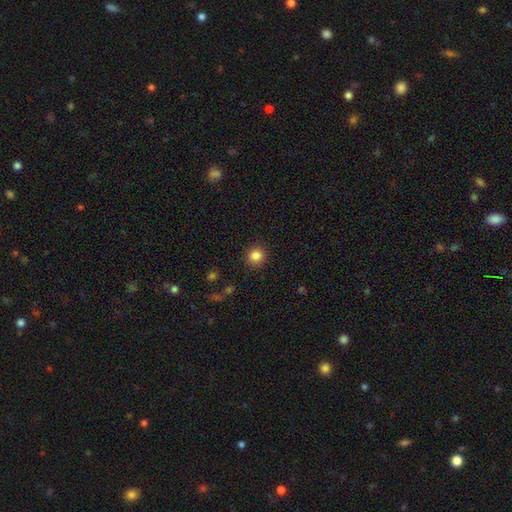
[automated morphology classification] The model was most divided on "smooth or featured": smooth: 85%, star or artifact: 11%, featured or disk: 4%. More confident: how rounded — round (91%); merging — none (90%).